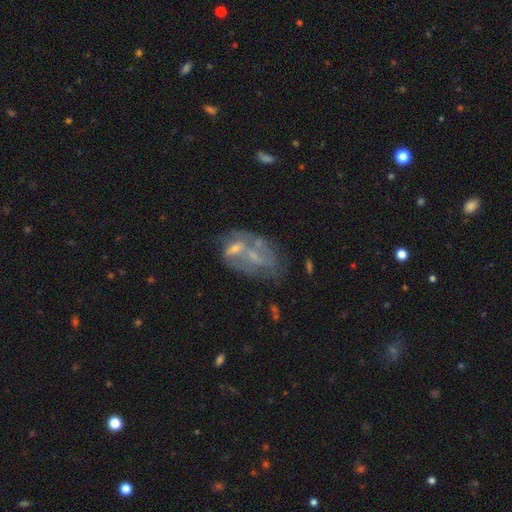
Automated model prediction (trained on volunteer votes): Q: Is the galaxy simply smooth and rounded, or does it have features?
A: featured or disk — 60%.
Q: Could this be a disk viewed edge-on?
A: no — 96%.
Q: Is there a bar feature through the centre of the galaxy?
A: no — 61%.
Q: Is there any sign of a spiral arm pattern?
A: no — 70%.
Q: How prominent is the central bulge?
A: small — 48%.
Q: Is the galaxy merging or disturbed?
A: merger — 38%.